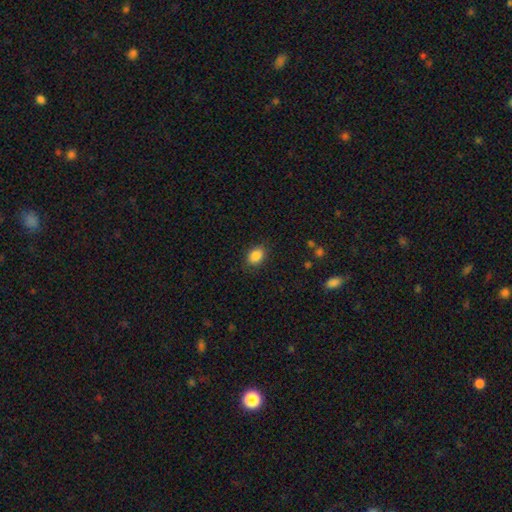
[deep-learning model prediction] Smooth or featured? Predicted: smooth (p=0.87). How rounded? Predicted: in between (p=0.66). Merging? Predicted: none (p=0.85).